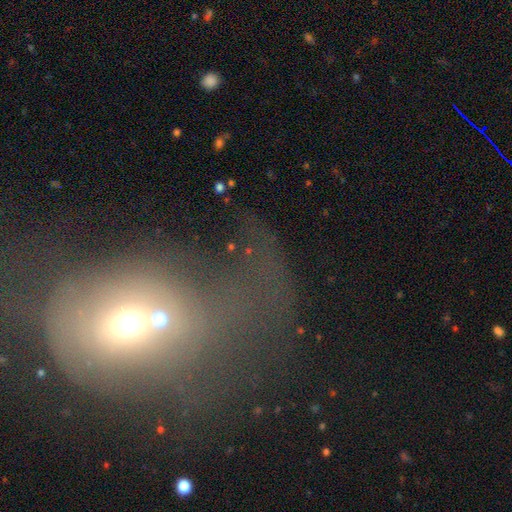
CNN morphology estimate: A smooth galaxy with no disk features (44%). Merging: major disturbance (36%).